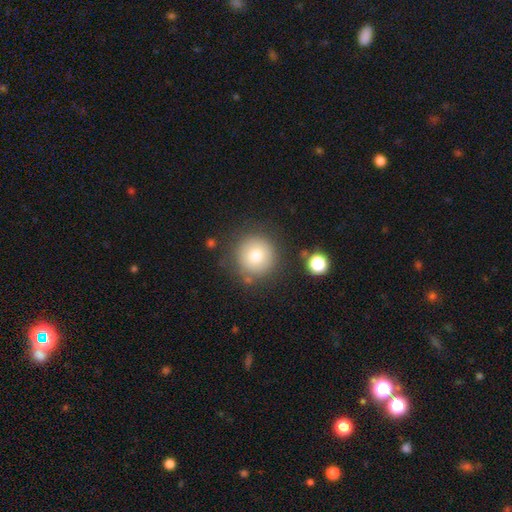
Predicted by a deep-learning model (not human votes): Smooth or featured? Predicted: smooth (p=0.76). How rounded? Predicted: round (p=0.95). Merging? Predicted: none (p=0.84).